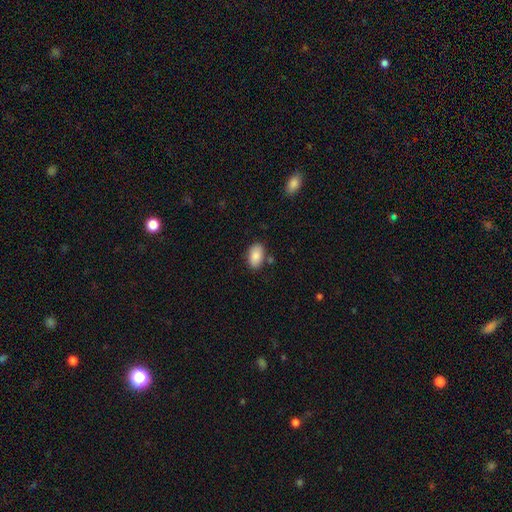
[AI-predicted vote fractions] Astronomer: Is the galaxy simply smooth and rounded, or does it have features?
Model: smooth — 87%.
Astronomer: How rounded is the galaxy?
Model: in between — 92%.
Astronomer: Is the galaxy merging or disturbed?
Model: none — 78%.